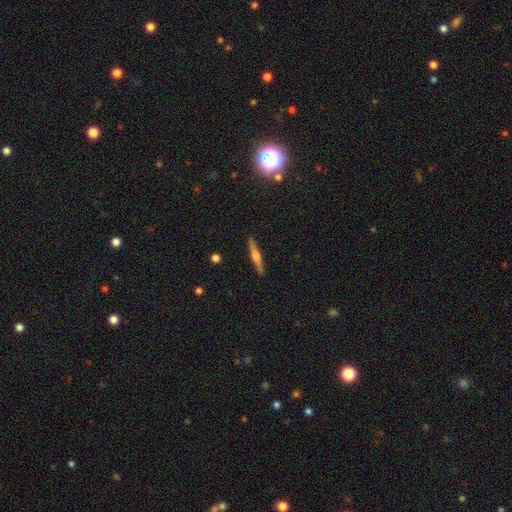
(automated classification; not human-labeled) Morphology: type=featured or disk (60%); edge-on=yes (97%); edge-on bulge=rounded (84%); merging=none (91%).